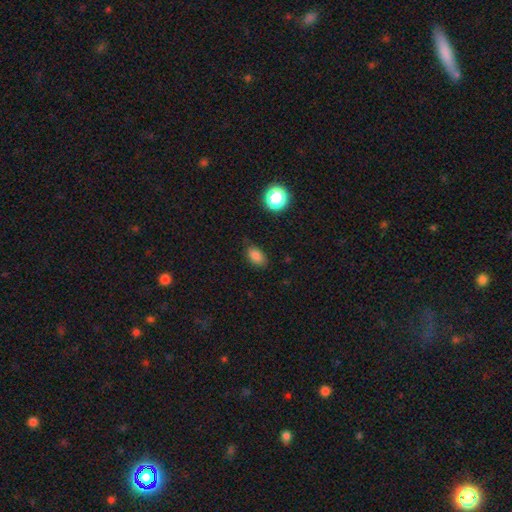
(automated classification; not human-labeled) Smooth or featured? smooth (83%)
How rounded? in between (88%)
Merging? none (79%)